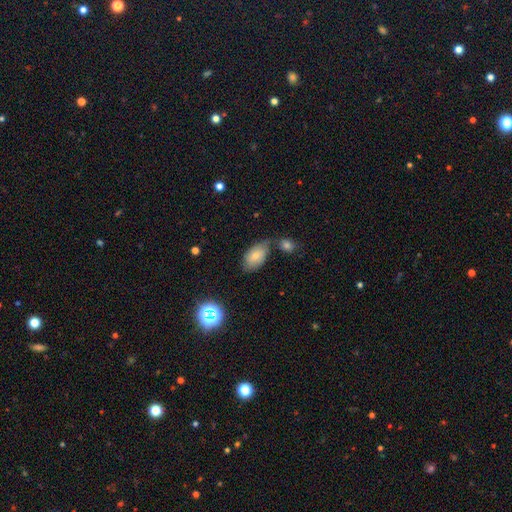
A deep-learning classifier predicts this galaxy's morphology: Smooth or featured? Predicted: smooth (p=0.71). How rounded? Predicted: in between (p=0.91). Merging? Predicted: none (p=0.52).